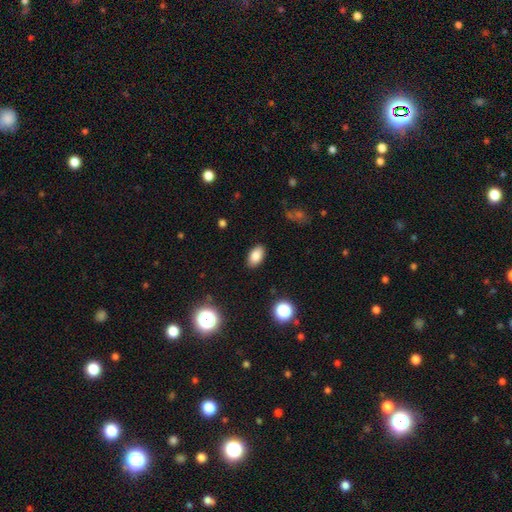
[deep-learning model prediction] The model was most divided on "smooth or featured": smooth: 84%, star or artifact: 9%, featured or disk: 7%. More confident: how rounded — in between (92%); merging — none (88%).